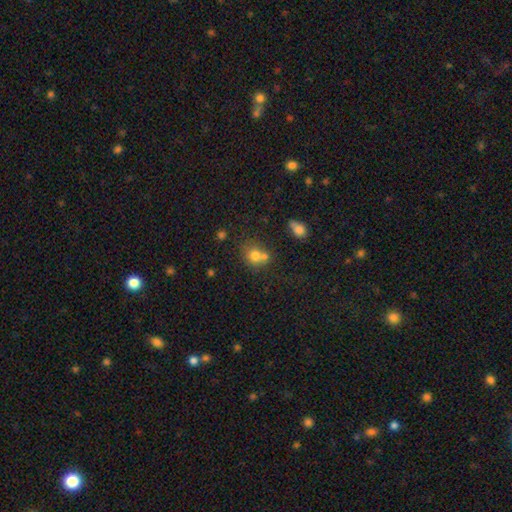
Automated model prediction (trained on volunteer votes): Smooth or featured? Predicted: smooth (p=0.74). How rounded? Predicted: round (p=0.75). Merging? Predicted: merger (p=0.44).